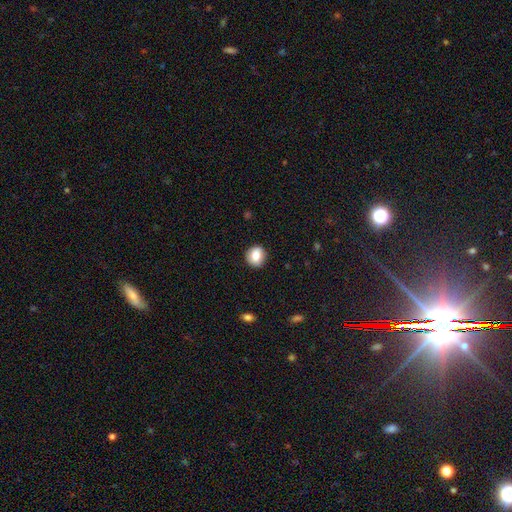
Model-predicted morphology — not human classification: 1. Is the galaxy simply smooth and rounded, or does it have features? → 80% smooth, 11% featured or disk, 9% star or artifact.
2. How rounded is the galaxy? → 79% round, 20% in between, 1% cigar-shaped.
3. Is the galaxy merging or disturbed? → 88% none, 9% minor disturbance, 2% major disturbance, 1% merger.